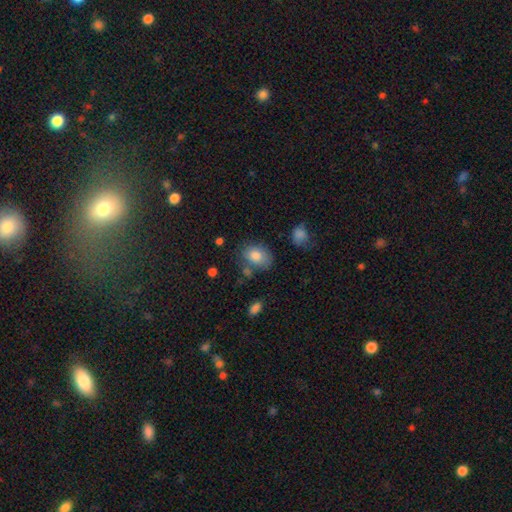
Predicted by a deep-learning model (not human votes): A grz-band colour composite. It shows a smooth galaxy with no disk features (82%) that is in between round and cigar-shaped (71%). Merging: none (62%).